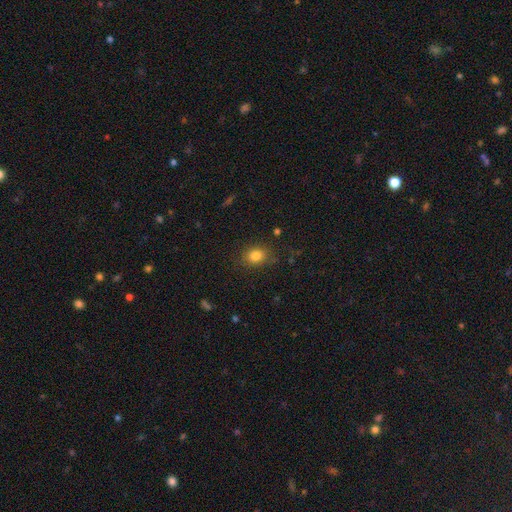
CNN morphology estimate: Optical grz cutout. It shows a smooth galaxy with no disk features (82%) that is in between round and cigar-shaped (57%). Merging: none (82%).